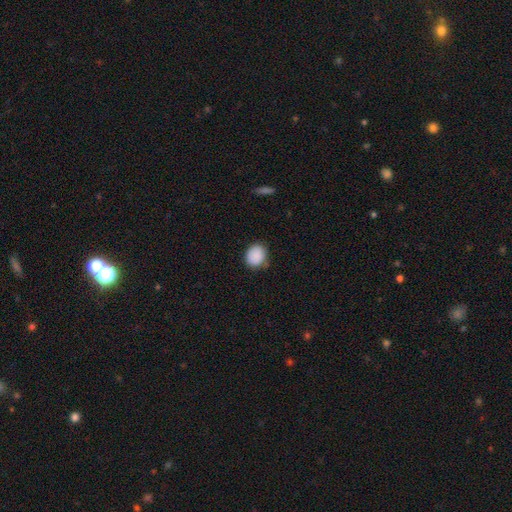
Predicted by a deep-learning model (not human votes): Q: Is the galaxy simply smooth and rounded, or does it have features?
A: smooth — 89%.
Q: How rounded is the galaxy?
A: round — 63%.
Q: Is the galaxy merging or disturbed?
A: none — 77%.